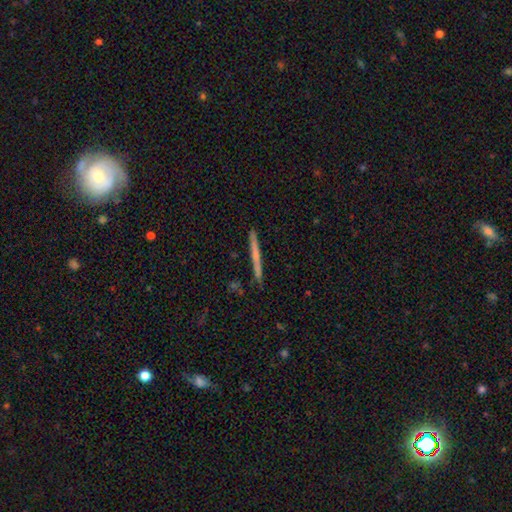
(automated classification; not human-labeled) Smooth or featured? featured or disk (48%)
Merging? none (90%)